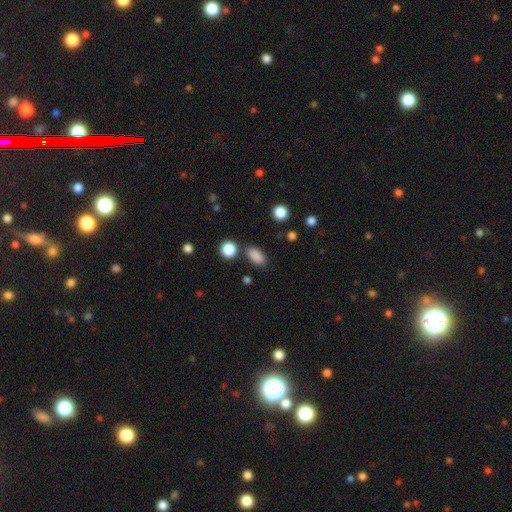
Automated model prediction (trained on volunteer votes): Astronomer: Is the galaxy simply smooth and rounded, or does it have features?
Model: smooth — 87%.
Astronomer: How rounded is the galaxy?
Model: in between — 86%.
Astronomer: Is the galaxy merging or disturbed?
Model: none — 81%.